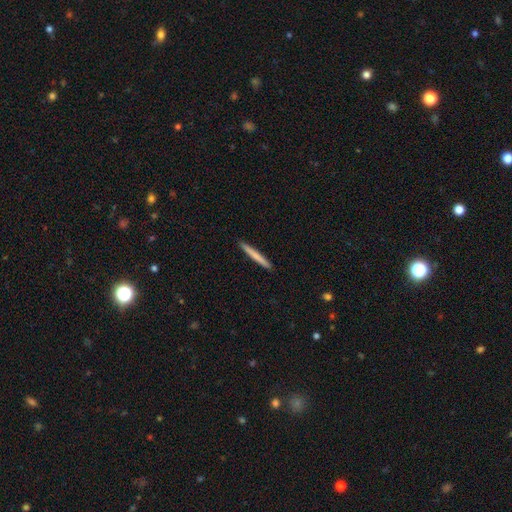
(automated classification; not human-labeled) A smooth galaxy with no disk features (71%) that is cigar-shaped (97%).

Vote fractions:
- Smooth or featured? smooth: 71% / featured or disk: 24% / star or artifact: 5%
- How rounded? cigar-shaped: 97% / in between: 2% / round: 1%
- Merging? none: 93% / minor disturbance: 5% / major disturbance: 1% / merger: 1%